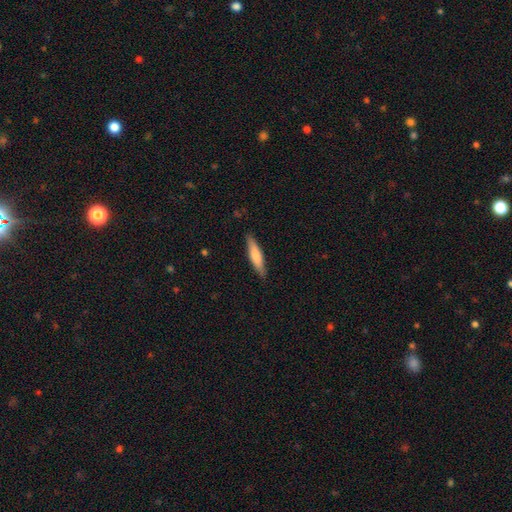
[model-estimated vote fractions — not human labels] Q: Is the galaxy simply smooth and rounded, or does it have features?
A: smooth — 68%.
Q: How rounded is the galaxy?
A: cigar-shaped — 83%.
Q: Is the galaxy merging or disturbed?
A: none — 88%.